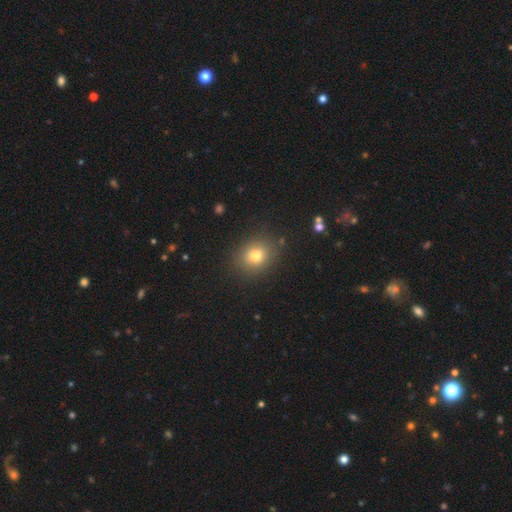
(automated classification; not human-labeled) Smooth or featured? smooth (76%)
How rounded? round (64%)
Merging? none (85%)